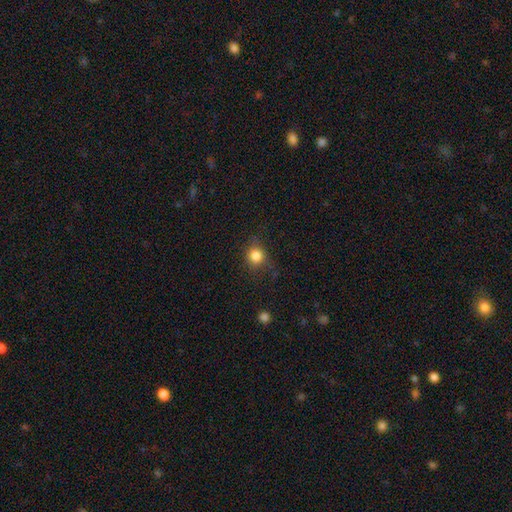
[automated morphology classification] smooth 82%, star or artifact 12%, featured or disk 6%. Down the decision tree: how rounded — round (84%); merging — none (74%).